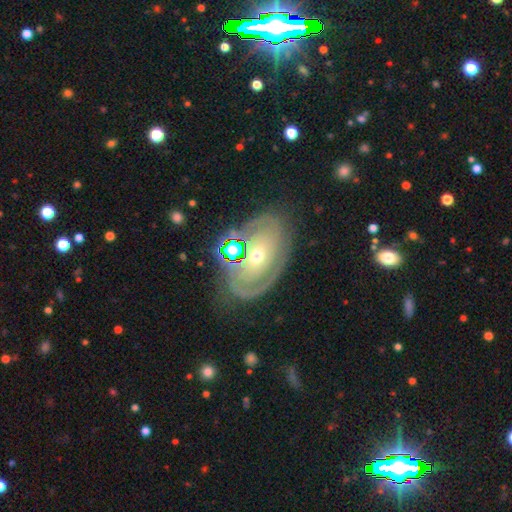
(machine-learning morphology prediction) Smooth or featured? Predicted: featured or disk (p=0.80). Edge-on disk? Predicted: no (p=0.95). Bar? Predicted: no (p=0.77). Spiral arms? Predicted: yes (p=0.83). Spiral winding? Predicted: tight (p=0.70). Spiral arm count? Predicted: 2 (p=0.46). Bulge size? Predicted: small (p=0.51). Merging? Predicted: none (p=0.70).